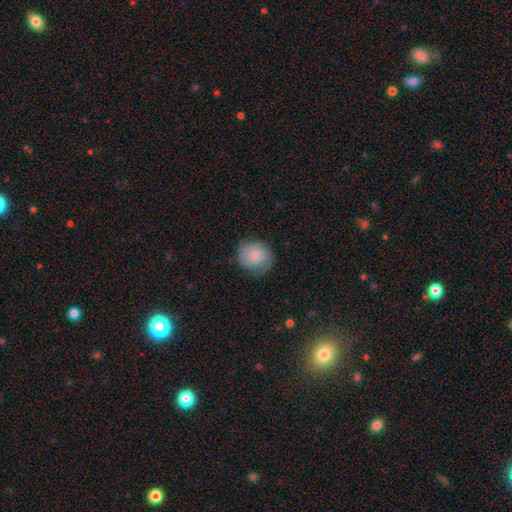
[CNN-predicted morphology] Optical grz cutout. It shows a smooth galaxy with no disk features (66%) that is round (82%). Merging: none (68%).